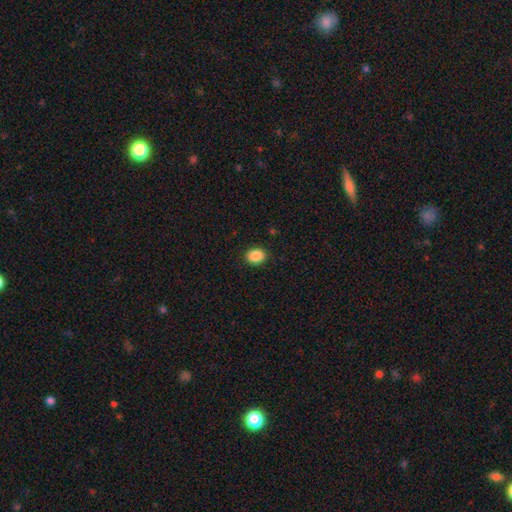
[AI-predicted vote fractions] Smooth or featured? smooth (88%)
How rounded? in between (52%)
Merging? none (90%)